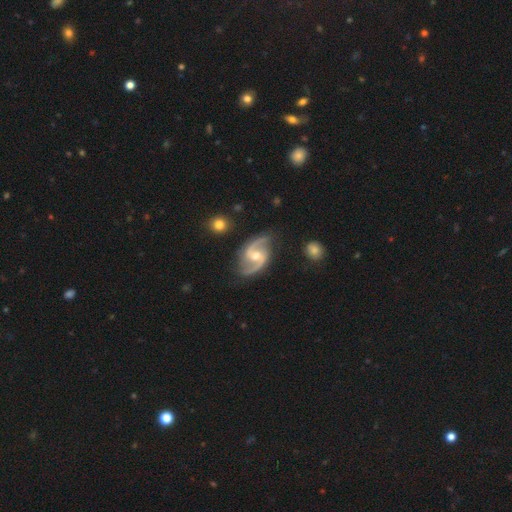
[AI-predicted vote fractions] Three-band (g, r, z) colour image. It shows a featured or disk galaxy (92%) with a weak bar (48%), 2 (94%) medium (53%) spiral arms (98%) and a moderate central bulge (68%). Merging: none (82%).